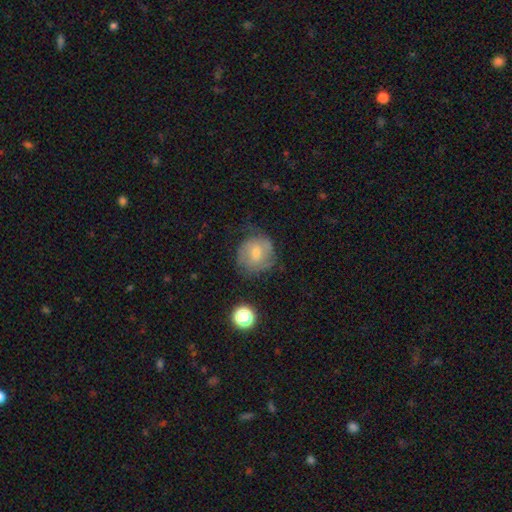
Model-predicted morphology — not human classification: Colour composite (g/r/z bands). It shows a smooth galaxy with no disk features (48%). Merging: none (53%).